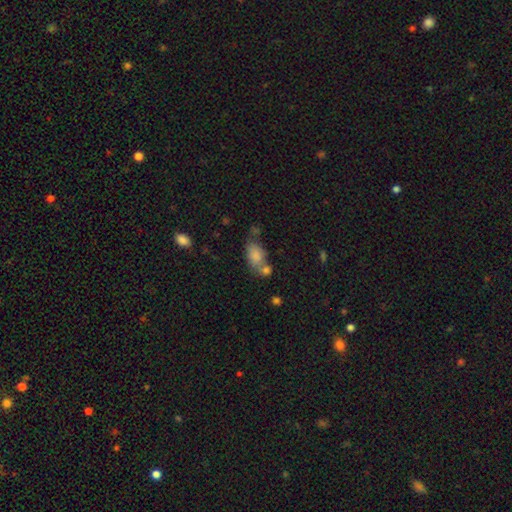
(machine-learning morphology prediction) Q: Smooth or featured?
A: smooth (81%); runner-up: featured or disk (10%)
Q: How rounded?
A: in between (87%); runner-up: round (9%)
Q: Merging?
A: none (43%); runner-up: merger (32%)